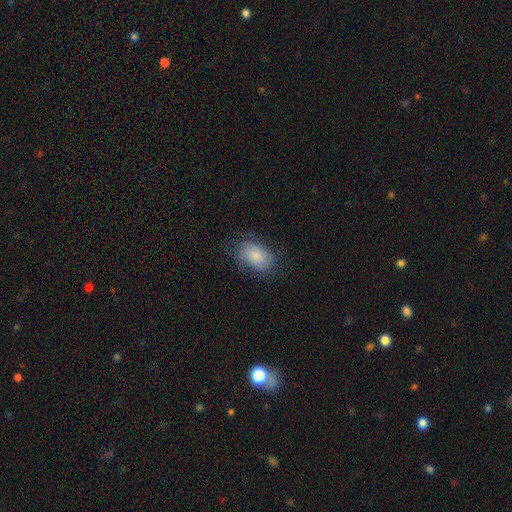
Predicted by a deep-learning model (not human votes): Smooth or featured? Predicted: smooth (p=0.73). How rounded? Predicted: in between (p=0.83). Merging? Predicted: none (p=0.64).